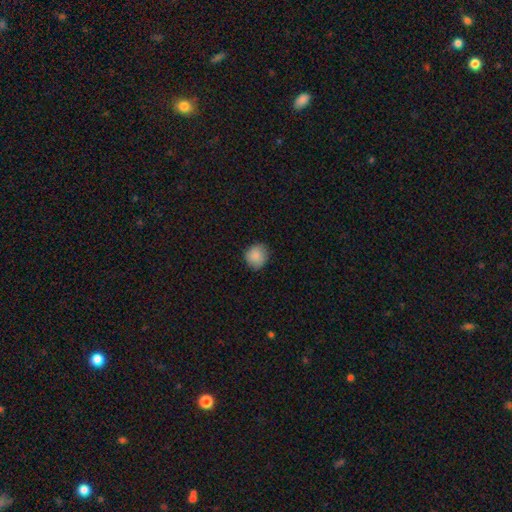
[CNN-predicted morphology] Overall: smooth (86%). How rounded: round (85%). Merging: none (82%).